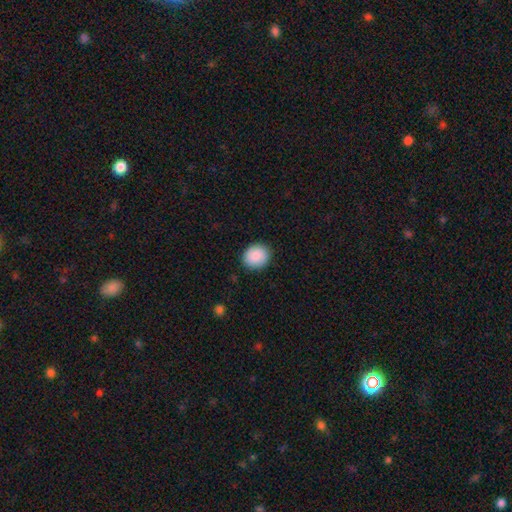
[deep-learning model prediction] Smooth or featured?
  - smooth: 89% *
  - star or artifact: 7%
  - featured or disk: 4%
How rounded?
  - round: 73% *
  - in between: 27%
  - cigar-shaped: 1%
Merging?
  - none: 88% *
  - minor disturbance: 9%
  - major disturbance: 2%
  - merger: 1%